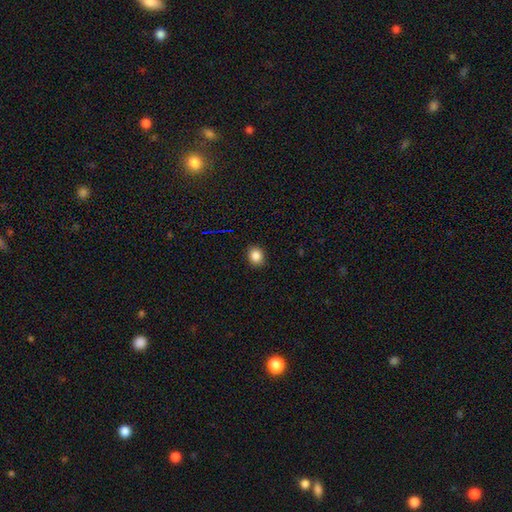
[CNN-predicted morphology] Smooth or featured? smooth (84%)
How rounded? round (64%)
Merging? none (89%)